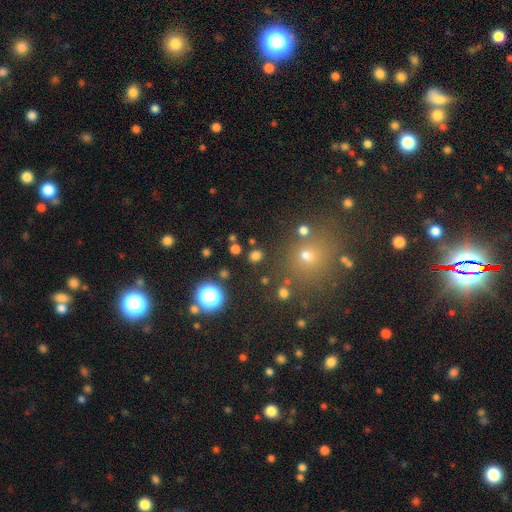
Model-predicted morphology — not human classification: smooth_or_featured: smooth (p=0.73) [alt: star or artifact p=0.22]
how_rounded: round (p=0.80) [alt: in between p=0.18]
merging: none (p=0.84) [alt: minor disturbance p=0.08]